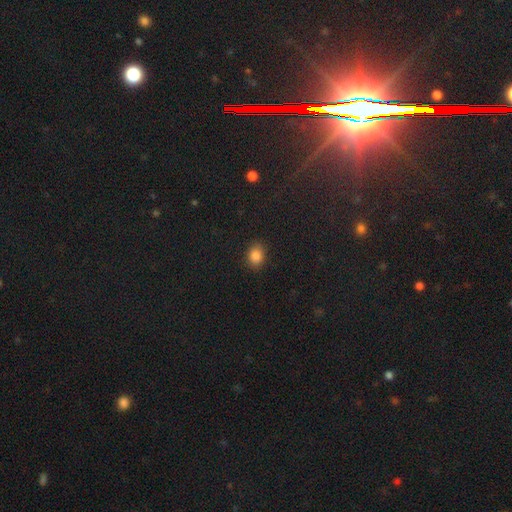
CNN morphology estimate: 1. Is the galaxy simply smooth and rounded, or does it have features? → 83% smooth, 12% star or artifact, 5% featured or disk.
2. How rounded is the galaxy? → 52% in between, 47% round, 1% cigar-shaped.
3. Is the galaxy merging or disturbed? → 84% none, 12% minor disturbance, 3% major disturbance, 1% merger.